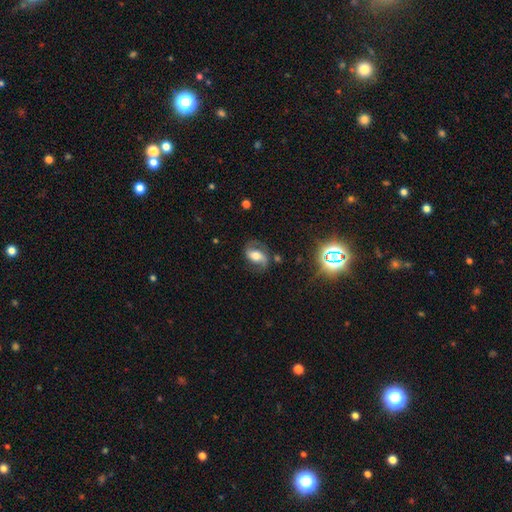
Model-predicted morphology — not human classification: Smooth or featured: featured or disk — 57% (smooth — 31%)
Edge-on disk: no — 94% (yes — 6%)
Bar: no — 35% (weak — 34%)
Spiral arms: yes — 83% (no — 17%)
Bulge size: moderate — 59% (large — 21%)
Merging: none — 67% (minor disturbance — 20%)